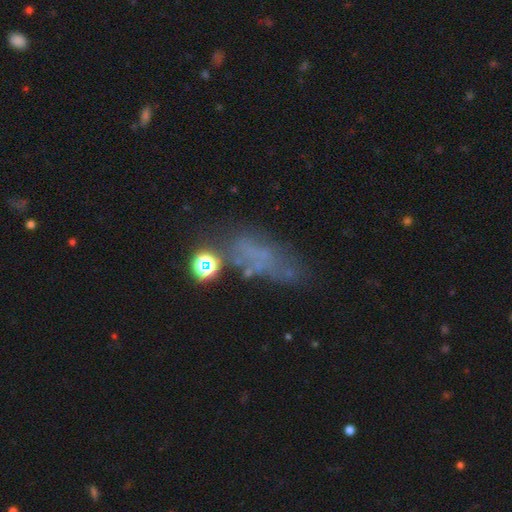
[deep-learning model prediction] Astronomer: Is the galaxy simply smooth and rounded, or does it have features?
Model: smooth — 38% (runner-up: featured or disk, 34%).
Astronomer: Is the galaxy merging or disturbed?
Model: none — 45% (runner-up: major disturbance, 23%).